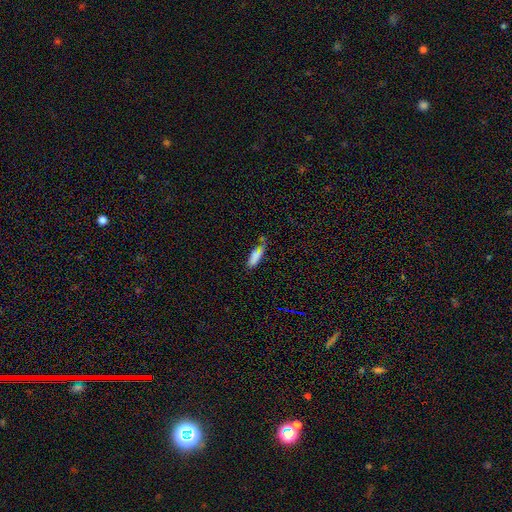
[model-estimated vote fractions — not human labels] This is likely a smooth galaxy (74%). How rounded: possibly in between (49%). Merging: possibly none (50%).